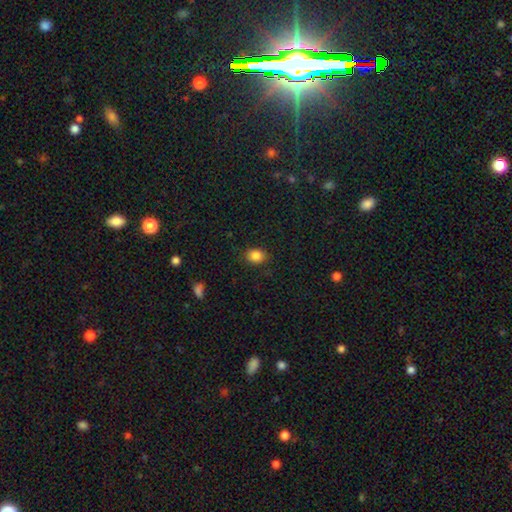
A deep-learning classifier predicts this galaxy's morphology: type=smooth (85%); roundness=round (56%); merging=none (86%).